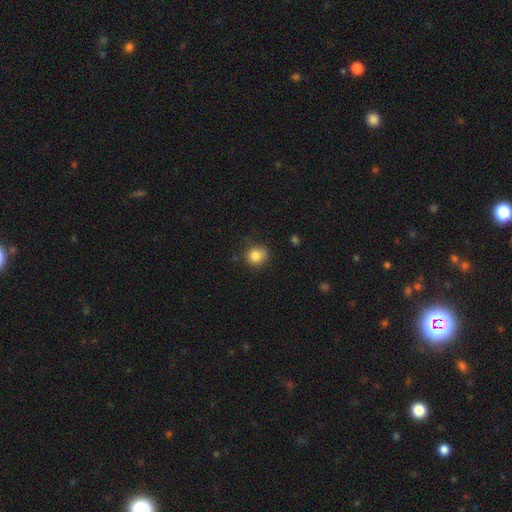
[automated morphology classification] Smooth or featured? Predicted: smooth (p=0.84). How rounded? Predicted: round (p=0.83). Merging? Predicted: none (p=0.78).